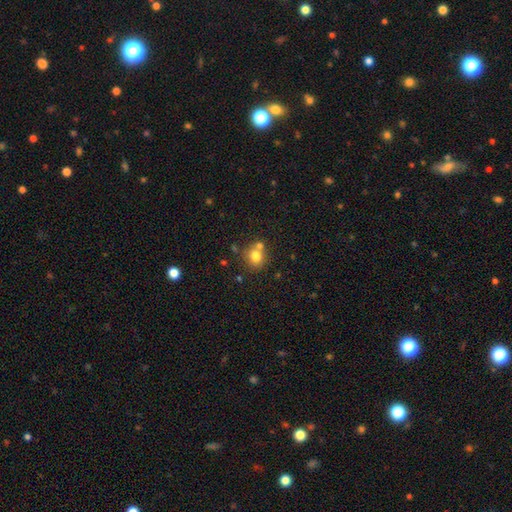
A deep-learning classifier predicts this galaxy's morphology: A smooth galaxy with no disk features (77%) that is round (82%). Merging: none (59%).